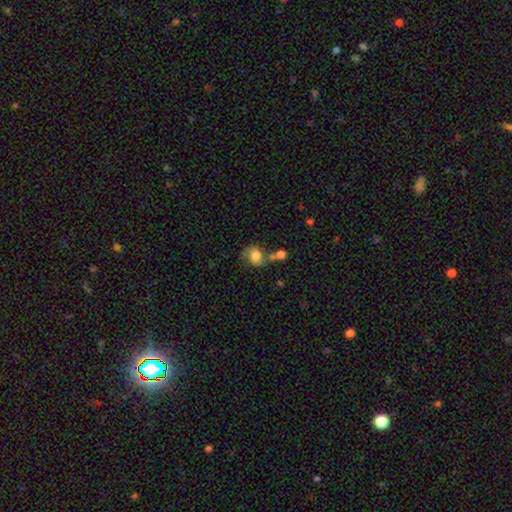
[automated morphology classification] Smooth or featured?
  - smooth: 56% *
  - featured or disk: 34%
  - star or artifact: 10%
How rounded?
  - round: 53% *
  - in between: 46%
  - cigar-shaped: 1%
Merging?
  - none: 44% *
  - minor disturbance: 22%
  - merger: 21%
  - major disturbance: 13%